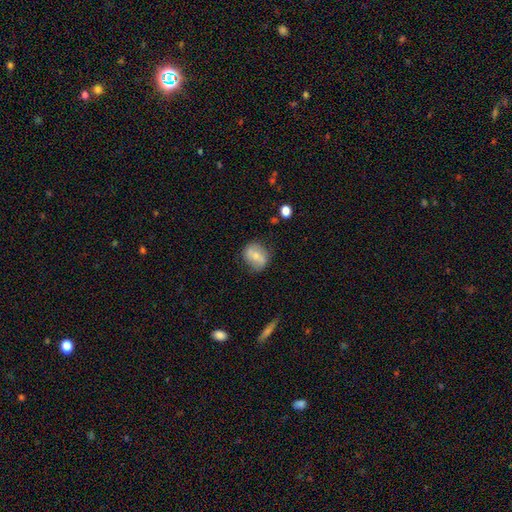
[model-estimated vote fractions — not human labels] Smooth or featured: smooth — 57% (featured or disk — 34%)
How rounded: round — 63% (in between — 35%)
Merging: none — 69% (minor disturbance — 21%)